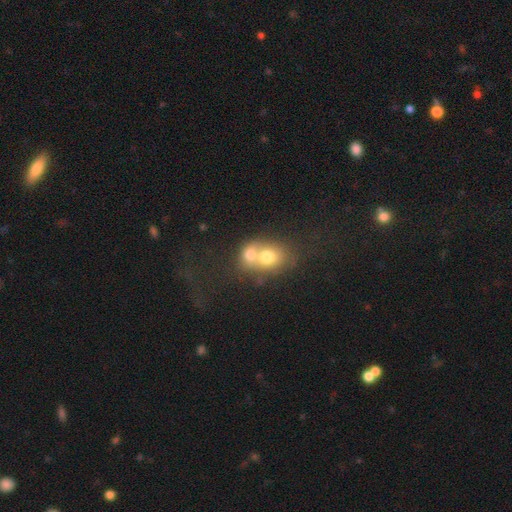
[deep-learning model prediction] A smooth galaxy with no disk features (63%) that is round (56%).

Vote fractions:
- Smooth or featured? smooth: 63% / featured or disk: 26% / star or artifact: 11%
- How rounded? round: 56% / in between: 43% / cigar-shaped: 1%
- Merging? merger: 72% / none: 18% / minor disturbance: 6% / major disturbance: 4%